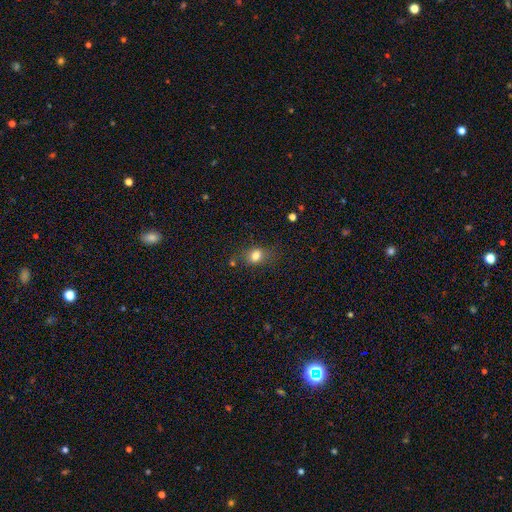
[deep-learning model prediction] Q: Smooth or featured?
A: smooth (77%); runner-up: star or artifact (12%)
Q: How rounded?
A: in between (63%); runner-up: round (34%)
Q: Merging?
A: none (70%); runner-up: minor disturbance (19%)